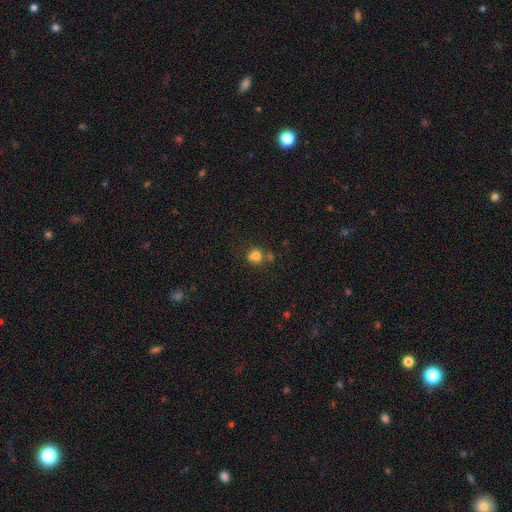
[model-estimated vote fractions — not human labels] Overall: smooth (76%). How rounded: round (85%). Merging: none (55%; merger 28%).